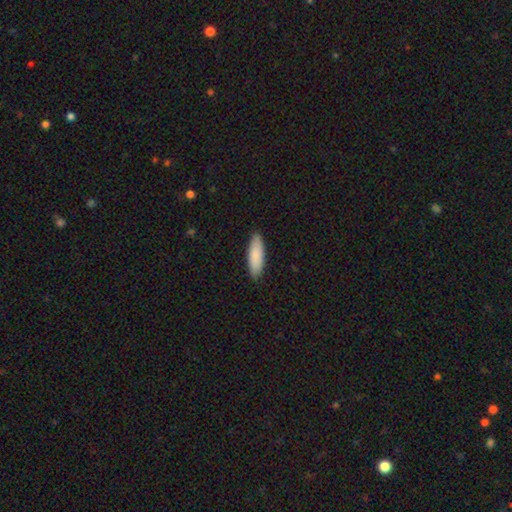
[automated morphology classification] The model was most divided on "how rounded": in between: 56%, cigar-shaped: 43%, round: 1%. More confident: smooth or featured — smooth (88%); merging — none (87%).